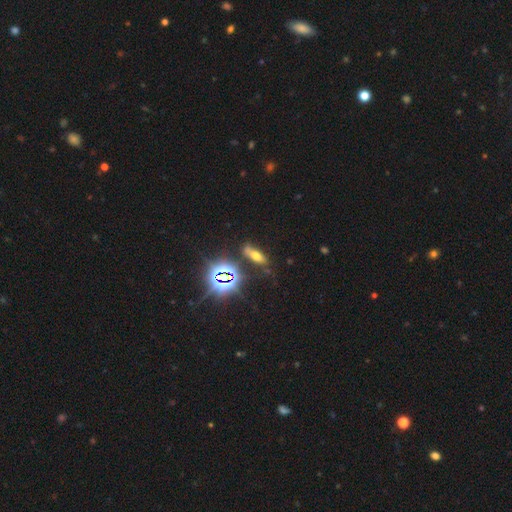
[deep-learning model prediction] smooth_or_featured: smooth (p=0.46) [alt: star or artifact p=0.37]
merging: none (p=0.65) [alt: minor disturbance p=0.16]